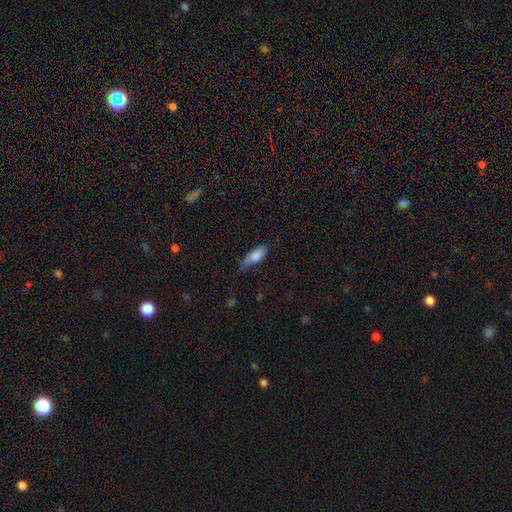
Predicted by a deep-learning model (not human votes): Smooth or featured?
  - smooth: 80% *
  - featured or disk: 14%
  - star or artifact: 7%
How rounded?
  - in between: 67% *
  - cigar-shaped: 30%
  - round: 2%
Merging?
  - none: 59% *
  - minor disturbance: 32%
  - major disturbance: 7%
  - merger: 2%